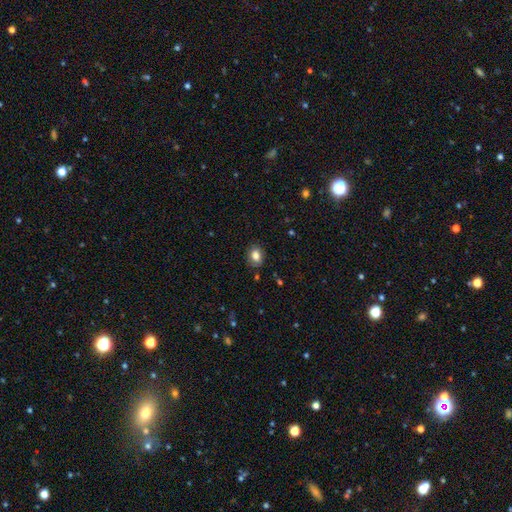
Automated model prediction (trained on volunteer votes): smooth_or_featured: smooth (p=0.81) [alt: featured or disk p=0.10]
how_rounded: in between (p=0.57) [alt: round p=0.42]
merging: none (p=0.84) [alt: minor disturbance p=0.12]